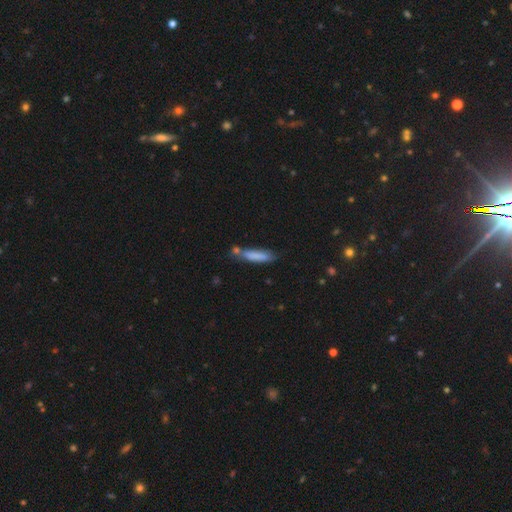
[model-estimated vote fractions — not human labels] Morphology: type=smooth (78%); roundness=cigar-shaped (81%); merging=none (58%).